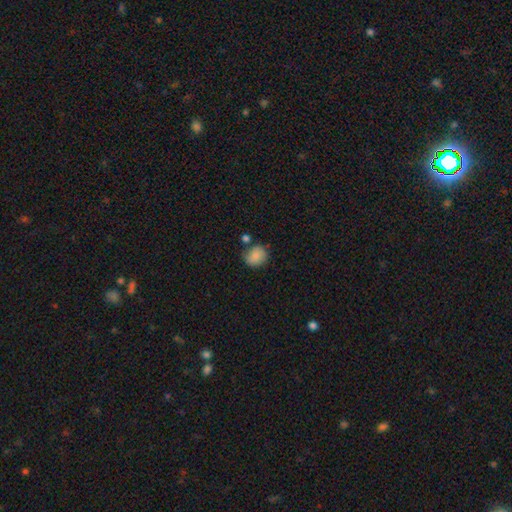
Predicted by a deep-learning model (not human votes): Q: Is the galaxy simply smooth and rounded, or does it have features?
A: smooth — 83%.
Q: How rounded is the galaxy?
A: round — 73%.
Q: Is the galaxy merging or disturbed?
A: none — 62%.